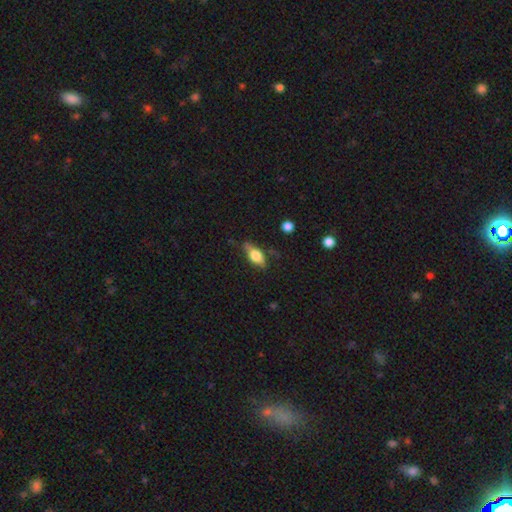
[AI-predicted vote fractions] Overall: smooth (55%; featured or disk 37%). How rounded: in between (74%). Merging: none (68%).